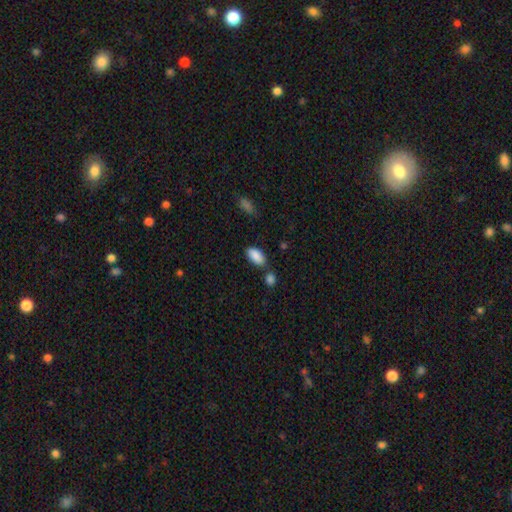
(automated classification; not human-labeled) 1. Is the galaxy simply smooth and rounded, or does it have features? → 89% smooth, 7% star or artifact, 5% featured or disk.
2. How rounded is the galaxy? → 93% in between, 4% cigar-shaped, 3% round.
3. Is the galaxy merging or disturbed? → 69% none, 14% minor disturbance, 13% merger, 3% major disturbance.